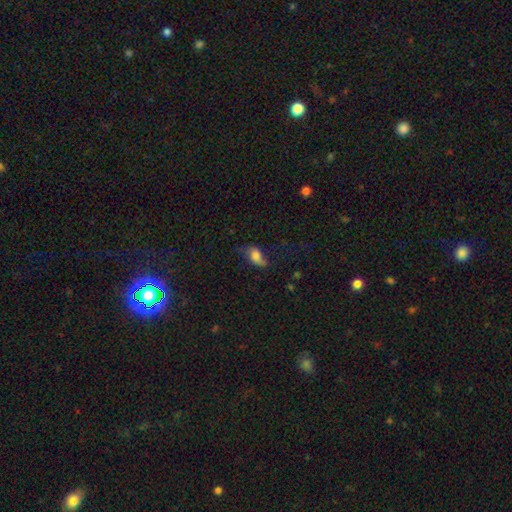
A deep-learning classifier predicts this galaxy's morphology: A smooth galaxy with no disk features (62%) that is in between round and cigar-shaped (84%). Merging: none (51%).